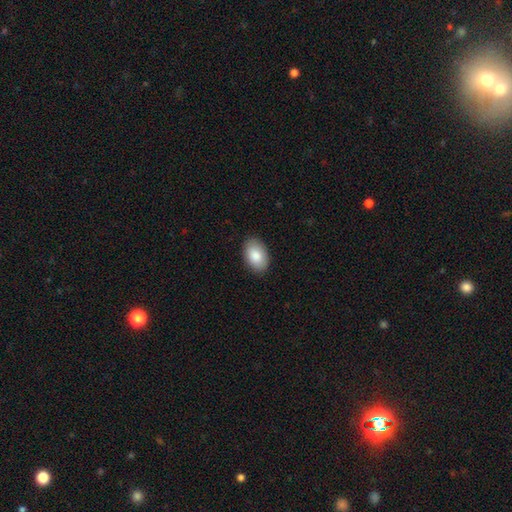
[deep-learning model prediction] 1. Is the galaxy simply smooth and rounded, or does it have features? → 86% smooth, 8% featured or disk, 6% star or artifact.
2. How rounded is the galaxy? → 92% in between, 6% round, 1% cigar-shaped.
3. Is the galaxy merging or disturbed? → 89% none, 9% minor disturbance, 2% major disturbance, 1% merger.